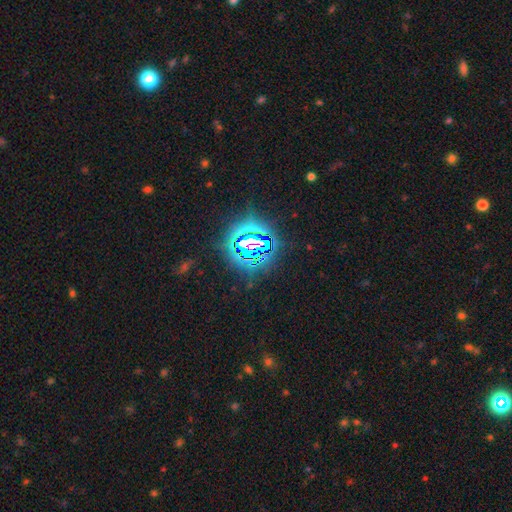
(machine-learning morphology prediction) A star or artifact, not a galaxy (82%).

Vote fractions:
- Smooth or featured? star or artifact: 82% / smooth: 10% / featured or disk: 8%